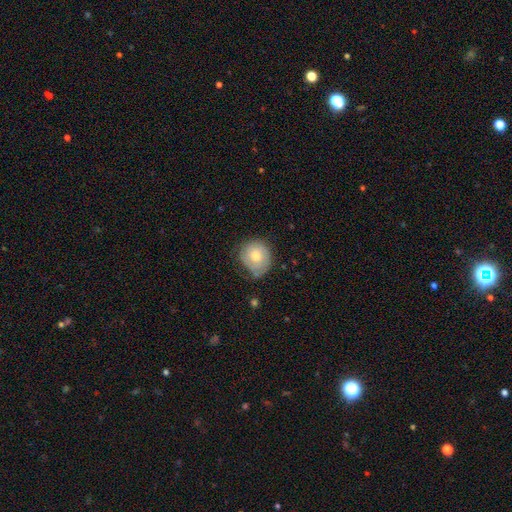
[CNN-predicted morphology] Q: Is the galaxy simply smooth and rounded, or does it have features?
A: smooth — 58%.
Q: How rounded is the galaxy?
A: round — 84%.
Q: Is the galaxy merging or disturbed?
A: none — 62%.